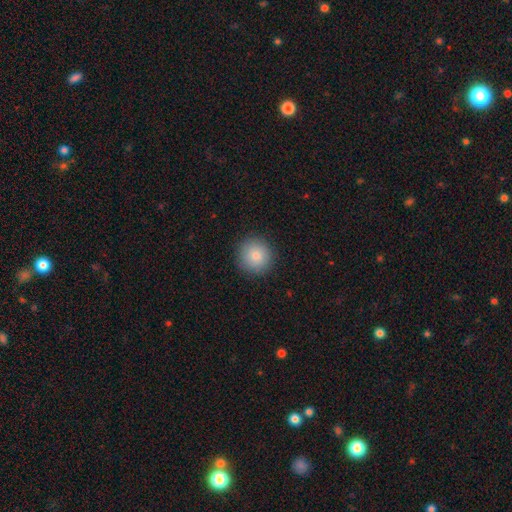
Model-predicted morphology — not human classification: This appears to be a smooth galaxy with no disk features (83%) that is round (94%). Merging: none (90%).